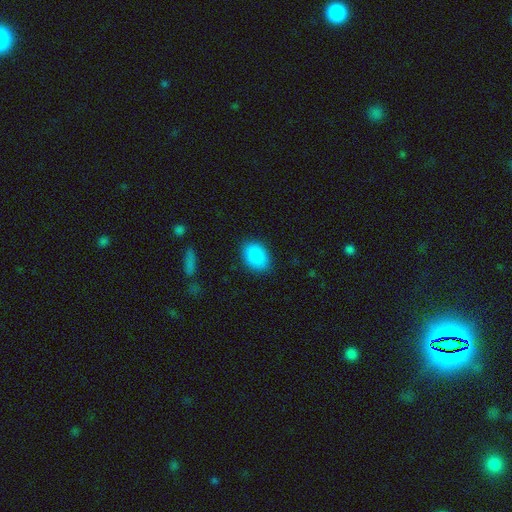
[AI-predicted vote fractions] A smooth galaxy with no disk features (89%) that is in between round and cigar-shaped (75%). Merging: none (86%).